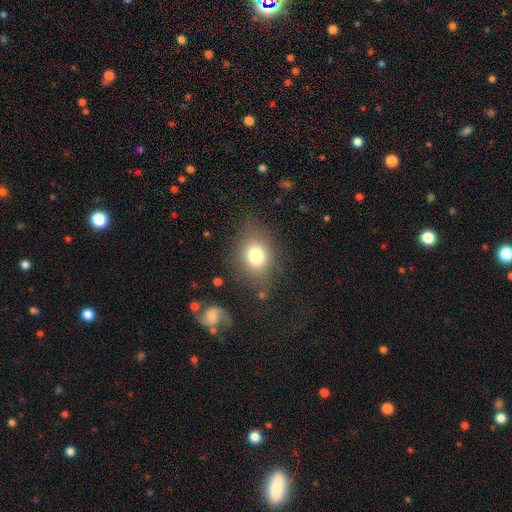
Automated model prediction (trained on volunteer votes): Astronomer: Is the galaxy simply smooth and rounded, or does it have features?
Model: smooth — 76%.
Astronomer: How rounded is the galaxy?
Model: in between — 54% (runner-up: round, 44%).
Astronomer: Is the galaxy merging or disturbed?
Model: none — 73%.